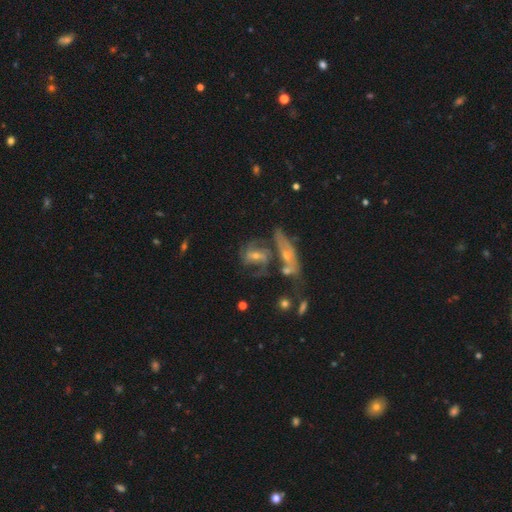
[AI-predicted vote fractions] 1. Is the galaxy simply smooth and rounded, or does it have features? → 76% featured or disk, 16% smooth, 8% star or artifact.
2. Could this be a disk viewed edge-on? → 92% no, 8% yes.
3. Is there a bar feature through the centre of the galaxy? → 43% weak, 33% no, 23% strong.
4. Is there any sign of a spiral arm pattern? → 89% yes, 11% no.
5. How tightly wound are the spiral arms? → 47% medium, 33% tight, 19% loose.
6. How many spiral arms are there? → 49% 2, 22% can't tell, 16% 3, 6% 1, 4% 4, 3% more than 4.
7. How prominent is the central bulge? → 49% small, 45% moderate, 2% large, 2% none, 1% dominant.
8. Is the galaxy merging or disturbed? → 41% none, 29% merger, 17% minor disturbance, 13% major disturbance.